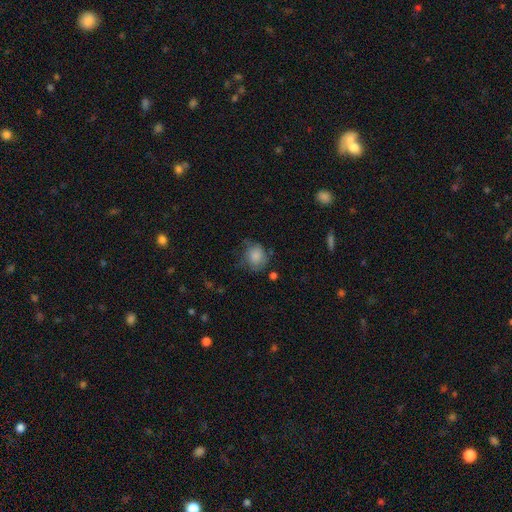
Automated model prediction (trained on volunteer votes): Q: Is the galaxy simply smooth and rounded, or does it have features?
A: smooth — 80%.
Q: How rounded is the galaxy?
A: round — 71%.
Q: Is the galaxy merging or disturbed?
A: none — 54%.